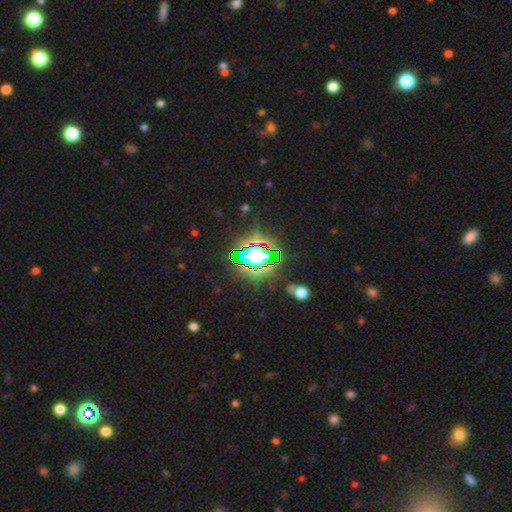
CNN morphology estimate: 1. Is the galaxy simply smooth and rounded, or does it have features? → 73% star or artifact, 15% smooth, 11% featured or disk.